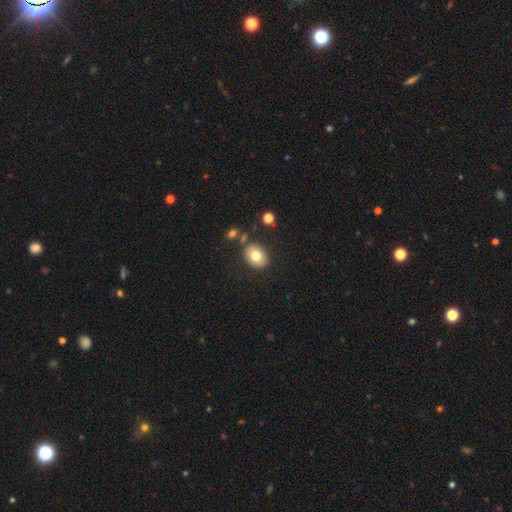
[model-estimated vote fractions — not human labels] smooth 78%, featured or disk 13%, star or artifact 9%. Down the decision tree: how rounded — in between (62%); merging — none (79%).